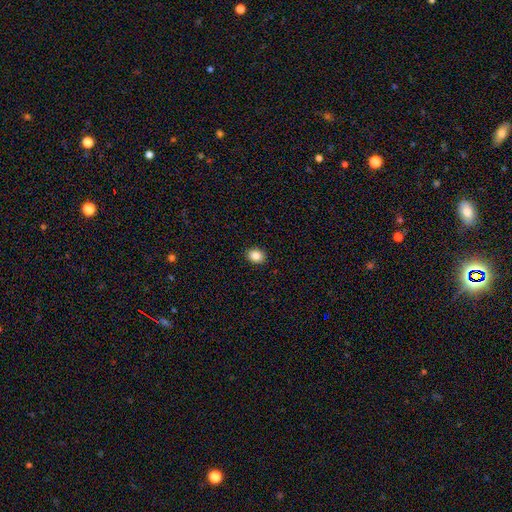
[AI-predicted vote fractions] Morphology: type=smooth (86%); roundness=round (53%); merging=none (91%).